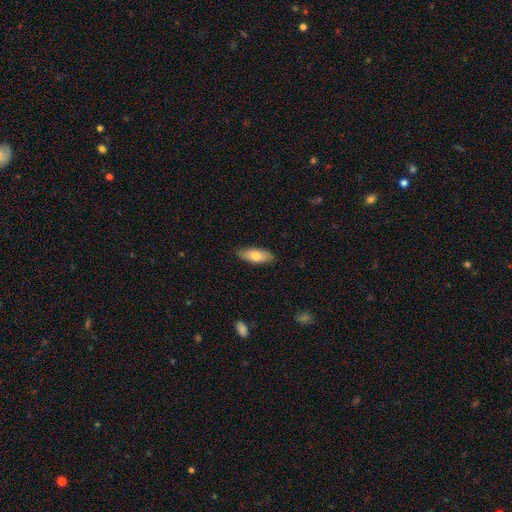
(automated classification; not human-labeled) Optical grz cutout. It shows a smooth galaxy with no disk features (74%) that is in between round and cigar-shaped (75%). Merging: none (85%).